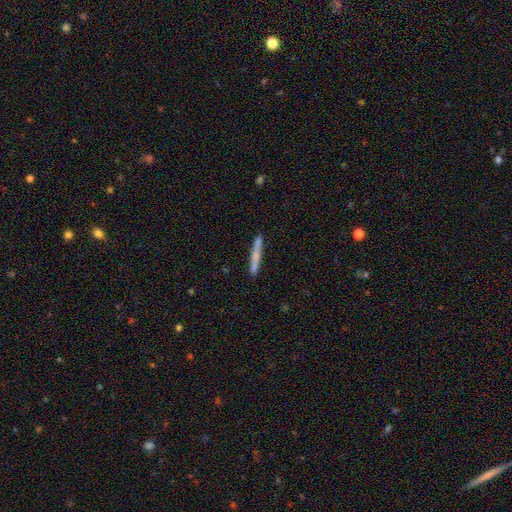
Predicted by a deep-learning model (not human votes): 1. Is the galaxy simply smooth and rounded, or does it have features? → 55% smooth, 38% featured or disk, 6% star or artifact.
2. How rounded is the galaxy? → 96% cigar-shaped, 3% in between, 2% round.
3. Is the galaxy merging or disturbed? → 87% none, 9% minor disturbance, 2% merger, 2% major disturbance.